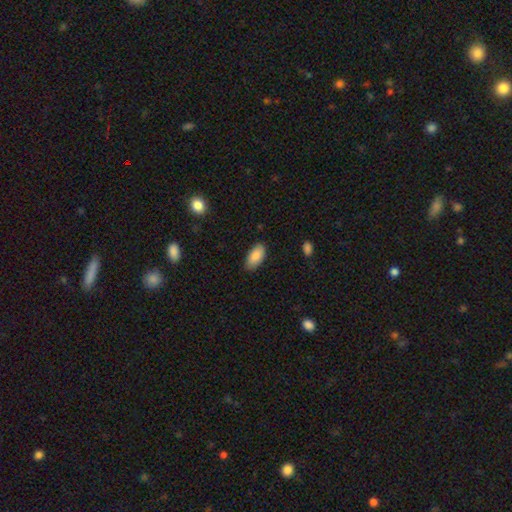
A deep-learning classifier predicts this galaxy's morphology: Smooth or featured: smooth — 87% (star or artifact — 7%)
How rounded: in between — 92% (cigar-shaped — 6%)
Merging: none — 85% (minor disturbance — 11%)